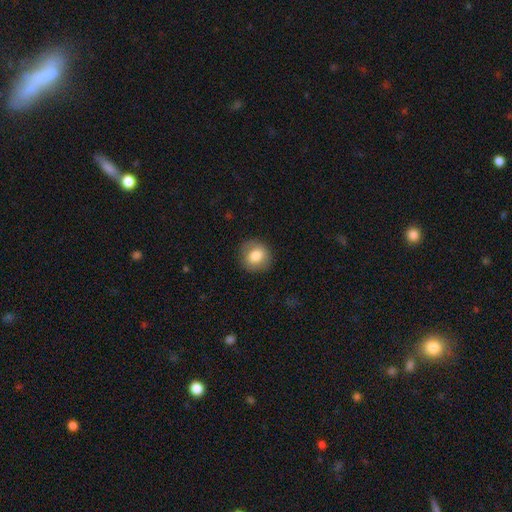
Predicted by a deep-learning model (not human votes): Morphology: type=smooth (79%); roundness=round (86%); merging=none (86%).